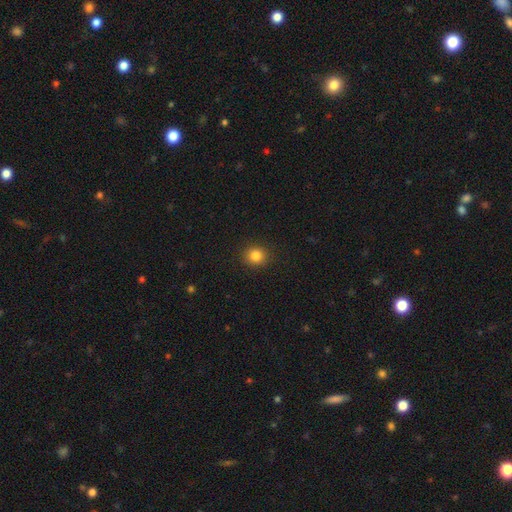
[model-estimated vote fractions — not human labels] Smooth or featured? Predicted: smooth (p=0.84). How rounded? Predicted: round (p=0.86). Merging? Predicted: none (p=0.91).